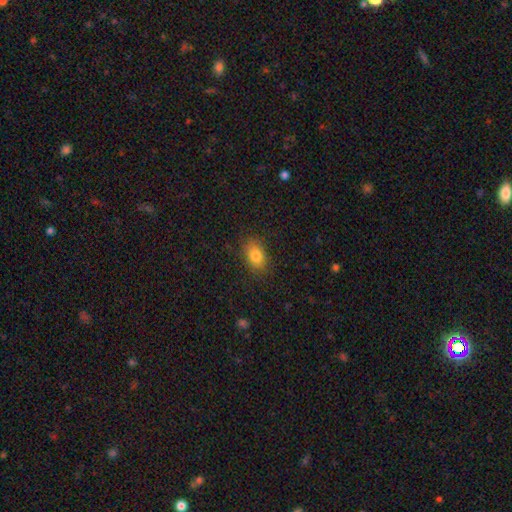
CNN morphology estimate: The model was most divided on "how rounded": in between: 80%, round: 18%, cigar-shaped: 2%. More confident: merging — none (84%); smooth or featured — smooth (81%).